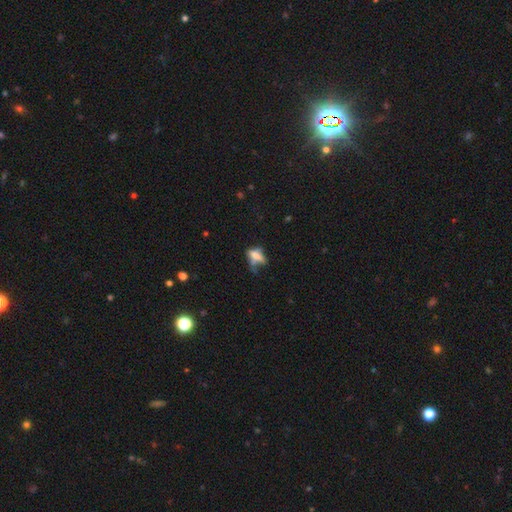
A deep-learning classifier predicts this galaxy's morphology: This appears to be a smooth galaxy with no disk features (54%) that is in between round and cigar-shaped (64%). Merging: none (34%).